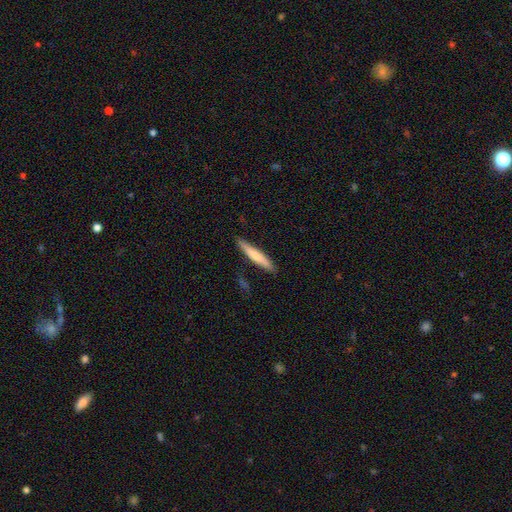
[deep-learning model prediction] A smooth galaxy with no disk features (67%) that is cigar-shaped (92%). Merging: none (85%).